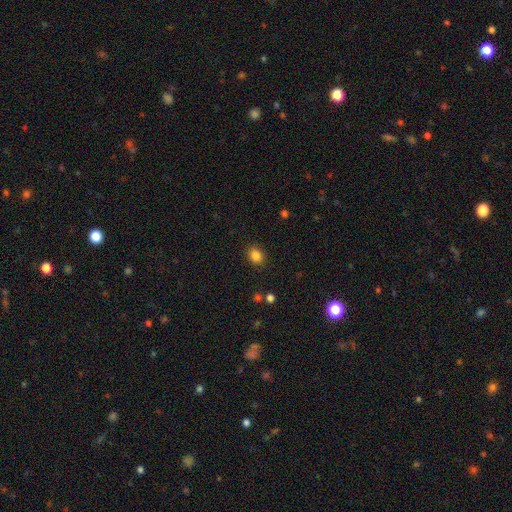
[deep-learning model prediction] A smooth galaxy with no disk features (85%) that is in between round and cigar-shaped (58%).

Vote fractions:
- Smooth or featured? smooth: 85% / star or artifact: 11% / featured or disk: 5%
- How rounded? in between: 58% / round: 41% / cigar-shaped: 1%
- Merging? none: 88% / minor disturbance: 8% / major disturbance: 3% / merger: 1%